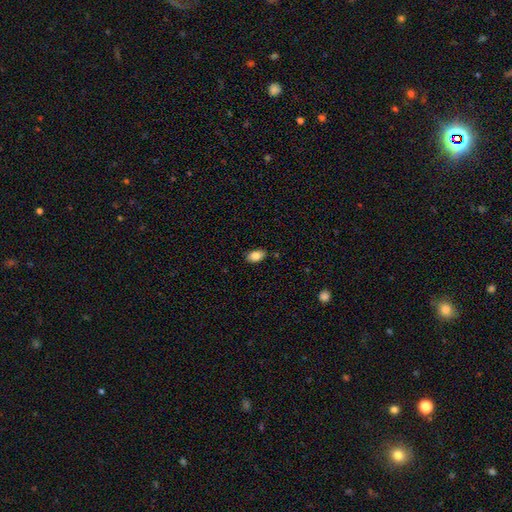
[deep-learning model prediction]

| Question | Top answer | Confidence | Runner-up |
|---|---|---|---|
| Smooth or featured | smooth | 84% | star or artifact (8%) |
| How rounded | in between | 91% | round (7%) |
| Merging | none | 82% | minor disturbance (14%) |